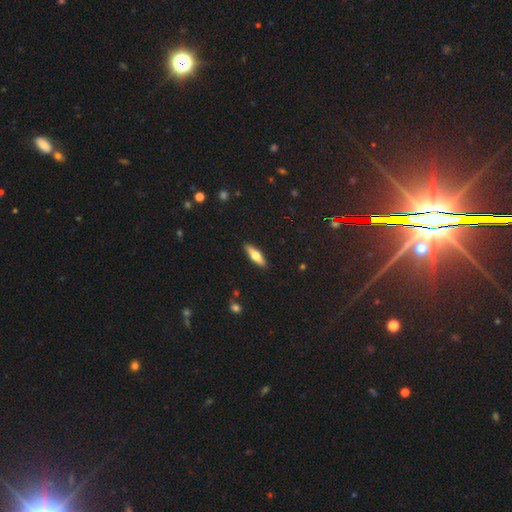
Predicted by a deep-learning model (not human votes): smooth 55%, featured or disk 39%, star or artifact 6%. Down the decision tree: how rounded — cigar-shaped (63%); merging — none (90%).